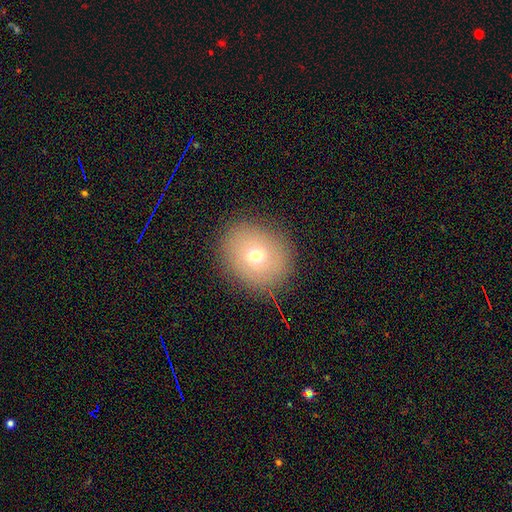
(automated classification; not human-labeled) A smooth galaxy with no disk features (65%) that is round (72%).

Vote fractions:
- Smooth or featured? smooth: 65% / featured or disk: 19% / star or artifact: 15%
- How rounded? round: 72% / in between: 27% / cigar-shaped: 1%
- Merging? none: 85% / minor disturbance: 10% / major disturbance: 3% / merger: 1%